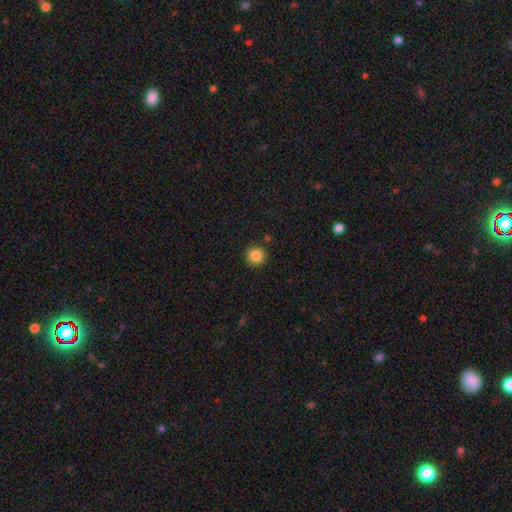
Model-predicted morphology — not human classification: Smooth or featured? smooth (85%)
How rounded? round (94%)
Merging? none (89%)